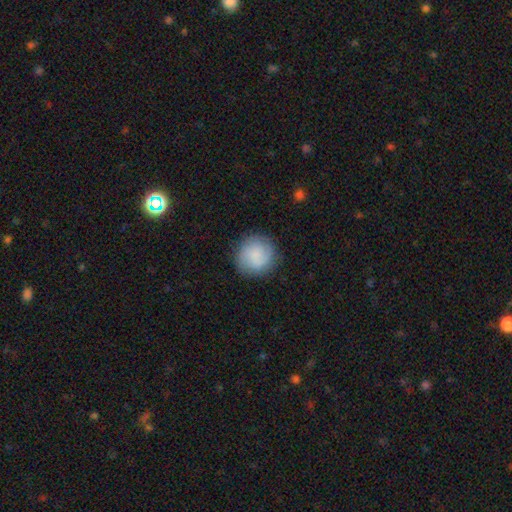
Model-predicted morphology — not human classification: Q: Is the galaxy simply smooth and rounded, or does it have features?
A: smooth — 73%.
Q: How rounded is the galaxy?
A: round — 92%.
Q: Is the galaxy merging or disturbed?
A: none — 85%.